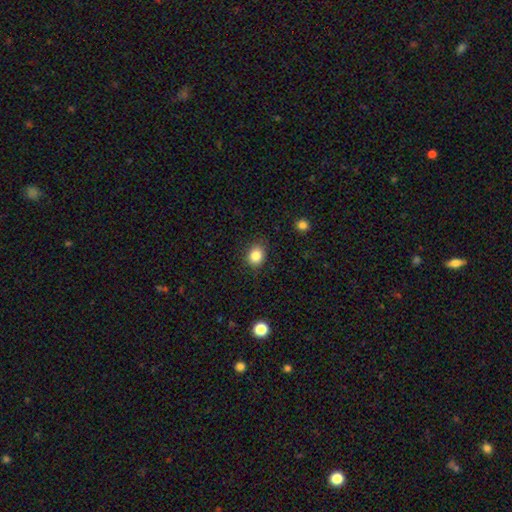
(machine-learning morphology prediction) Smooth or featured? Predicted: smooth (p=0.85). How rounded? Predicted: round (p=0.62). Merging? Predicted: none (p=0.85).